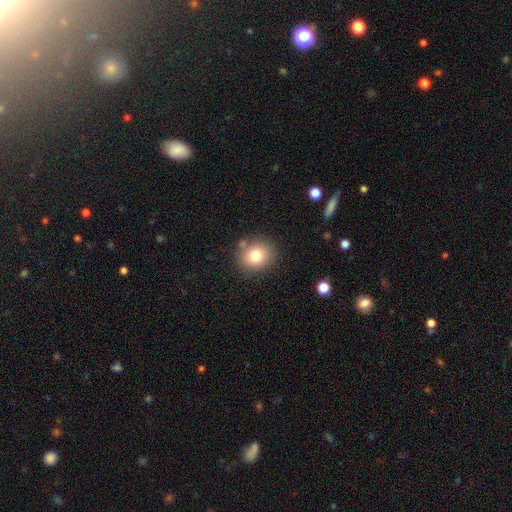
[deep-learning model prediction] Smooth or featured? smooth (78%)
How rounded? round (78%)
Merging? none (82%)